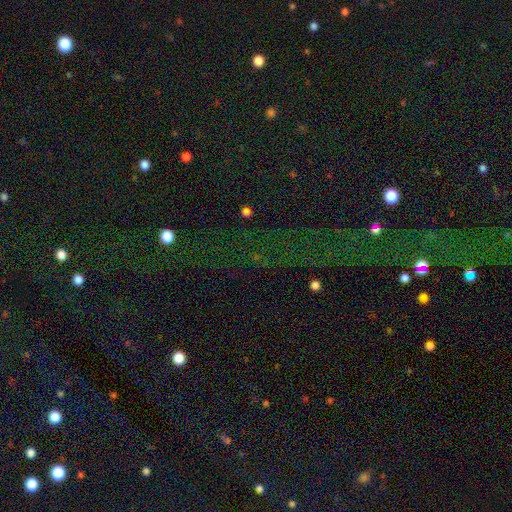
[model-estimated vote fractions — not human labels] smooth_or_featured: star or artifact (p=0.74) [alt: smooth p=0.17]